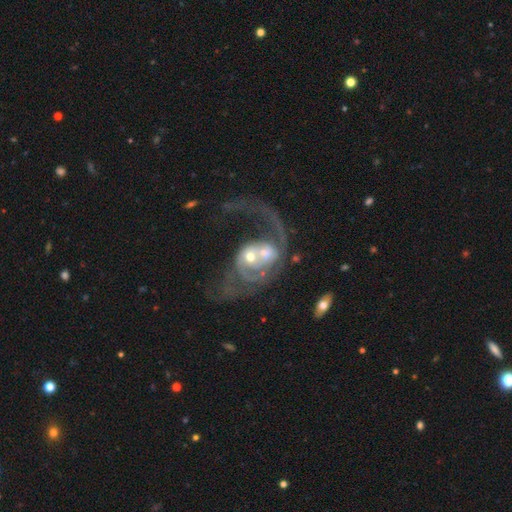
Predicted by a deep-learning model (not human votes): Overall: featured or disk (77%). Edge-on disk: no (97%). Bar: no (69%). Spiral arms: yes (81%). Spiral arm count: 2 (48%; 1 26%). Spiral winding: loose (54%; medium 33%). Bulge size: moderate (56%; small 30%). Merging: merger (70%).